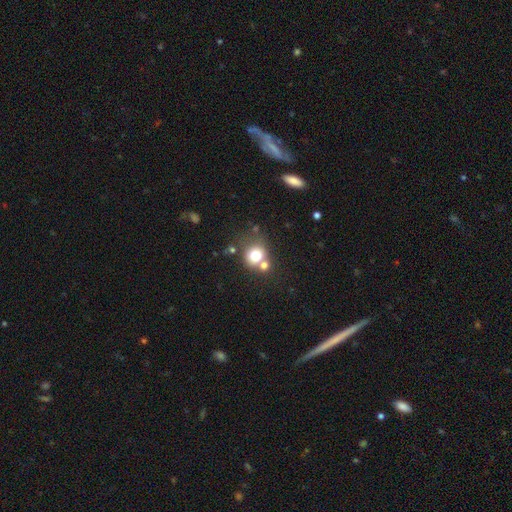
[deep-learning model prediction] Q: Smooth or featured?
A: smooth (74%); runner-up: featured or disk (14%)
Q: How rounded?
A: round (78%); runner-up: in between (22%)
Q: Merging?
A: none (49%); runner-up: merger (35%)